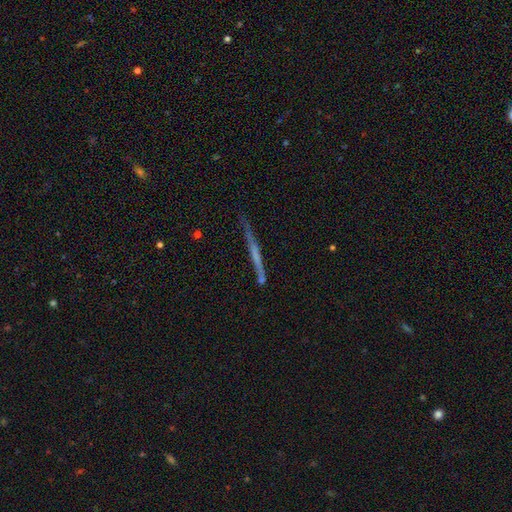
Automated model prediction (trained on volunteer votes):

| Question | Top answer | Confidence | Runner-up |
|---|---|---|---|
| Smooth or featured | featured or disk | 59% | smooth (33%) |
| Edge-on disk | yes | 96% | no (4%) |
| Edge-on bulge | none | 76% | rounded (14%) |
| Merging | none | 76% | minor disturbance (16%) |